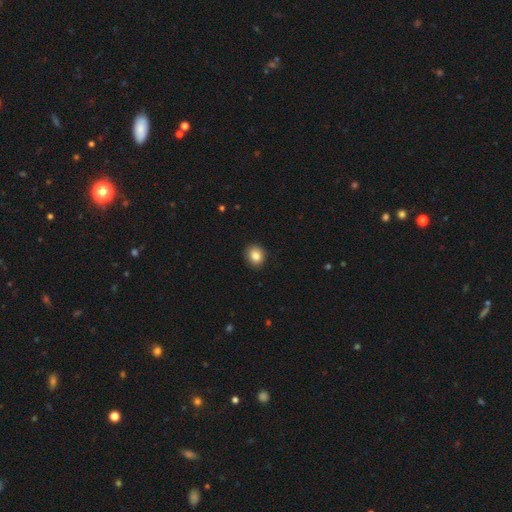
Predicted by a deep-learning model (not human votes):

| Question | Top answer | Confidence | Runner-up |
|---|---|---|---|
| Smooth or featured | smooth | 85% | star or artifact (9%) |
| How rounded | round | 74% | in between (25%) |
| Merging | none | 90% | minor disturbance (7%) |